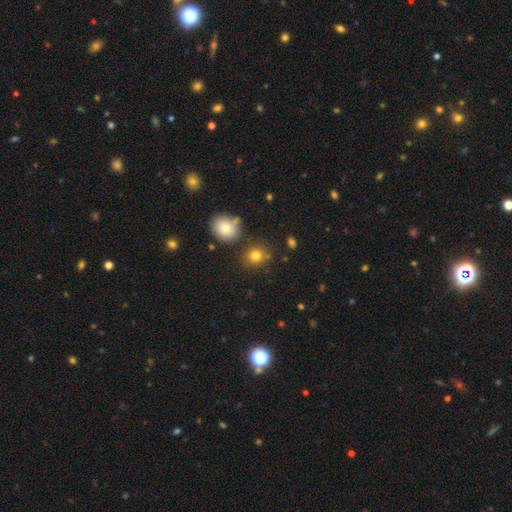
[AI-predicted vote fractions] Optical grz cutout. It shows a smooth galaxy with no disk features (79%) that is round (82%). Merging: none (78%).